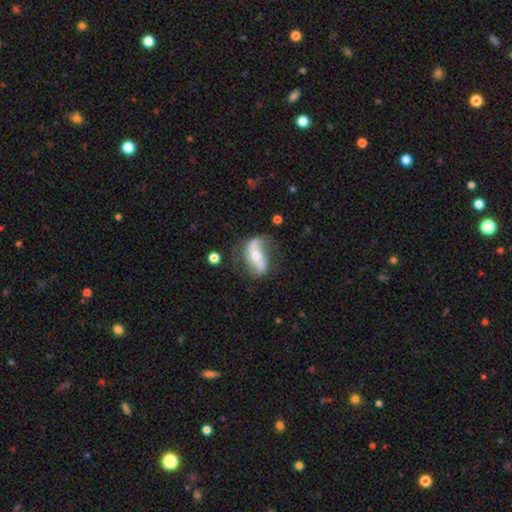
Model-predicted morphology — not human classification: The model was most divided on "bar": no: 39%, strong: 37%, weak: 24%. More confident: edge-on disk — no (90%); spiral arm count — 2 (85%); spiral arms — yes (83%); spiral winding — loose (74%); smooth or featured — featured or disk (73%); merging — none (57%); bulge size — moderate (56%).